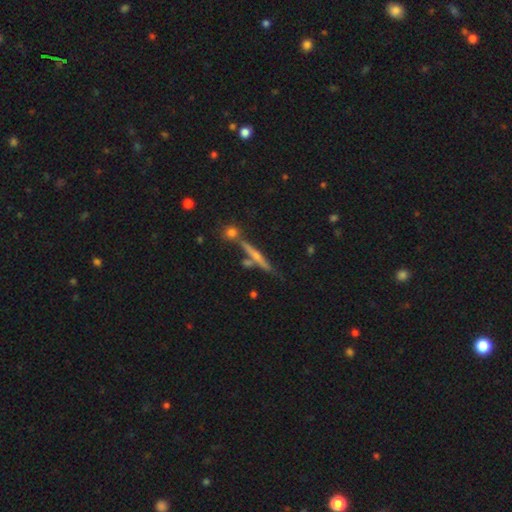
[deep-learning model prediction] A featured or disk galaxy (62%) viewed edge-on (96%) with a rounded central bulge (49%).

Vote fractions:
- Smooth or featured? featured or disk: 62% / smooth: 28% / star or artifact: 9%
- Edge-on disk? yes: 96% / no: 4%
- Edge-on bulge? rounded: 49% / none: 43% / boxy: 8%
- Merging? none: 77% / minor disturbance: 10% / merger: 10% / major disturbance: 3%